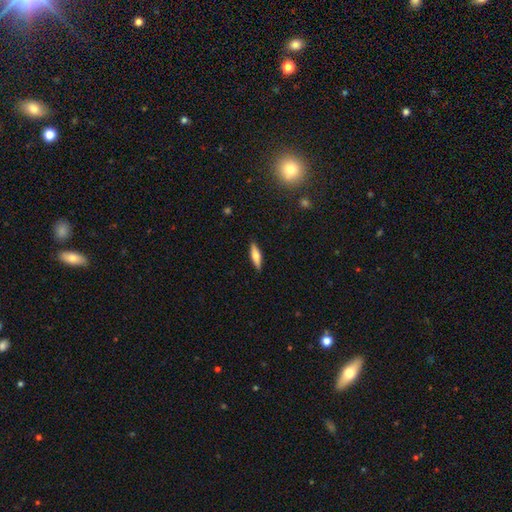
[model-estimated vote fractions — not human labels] This appears to be a smooth galaxy with no disk features (58%) that is cigar-shaped (66%). Merging: none (89%).